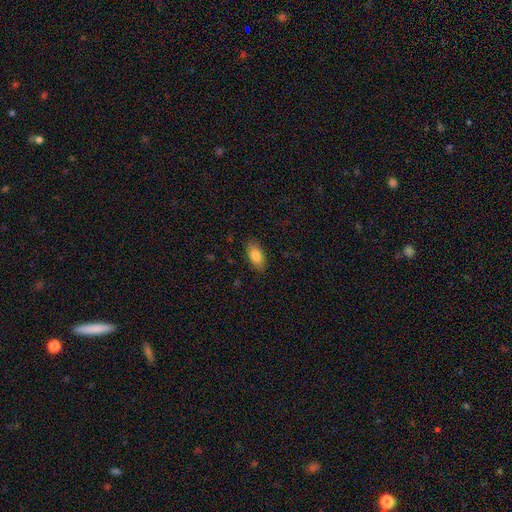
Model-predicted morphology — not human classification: smooth_or_featured: smooth (p=0.84) [alt: featured or disk p=0.10]
how_rounded: in between (p=0.92) [alt: cigar-shaped p=0.05]
merging: none (p=0.86) [alt: minor disturbance p=0.11]